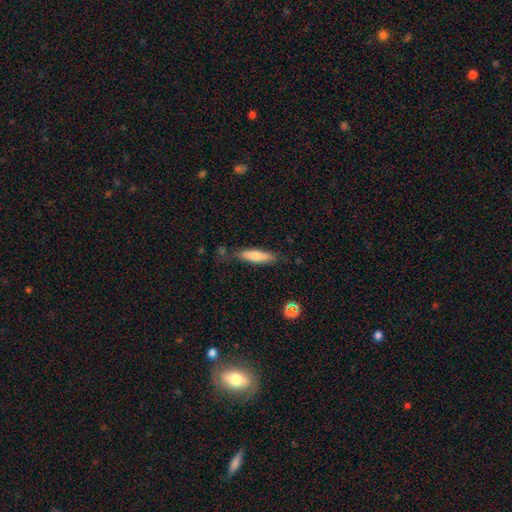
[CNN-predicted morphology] Smooth or featured: smooth — 74% (featured or disk — 20%)
How rounded: cigar-shaped — 74% (in between — 25%)
Merging: none — 74% (minor disturbance — 18%)